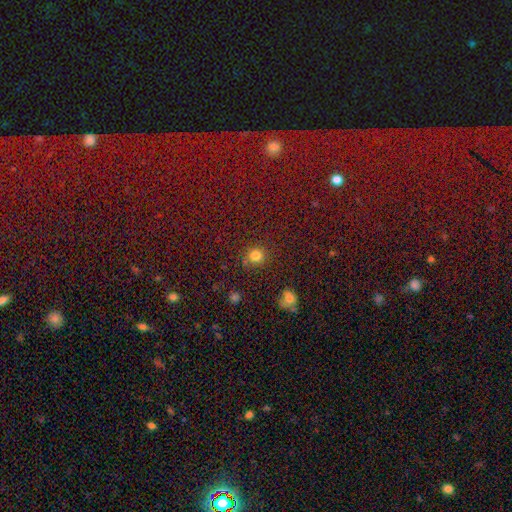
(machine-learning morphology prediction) type=smooth (79%); roundness=round (85%); merging=none (79%).